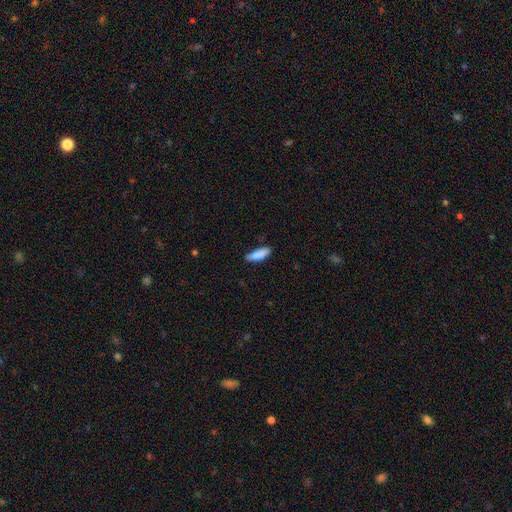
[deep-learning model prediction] Q: Smooth or featured?
A: smooth (86%); runner-up: featured or disk (8%)
Q: How rounded?
A: in between (54%); runner-up: cigar-shaped (44%)
Q: Merging?
A: none (75%); runner-up: minor disturbance (20%)